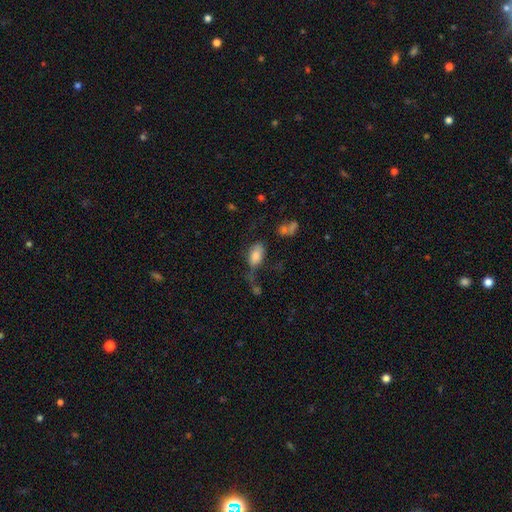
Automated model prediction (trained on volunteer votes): A smooth galaxy with no disk features (80%) that is in between round and cigar-shaped (92%). Merging: none (42%).